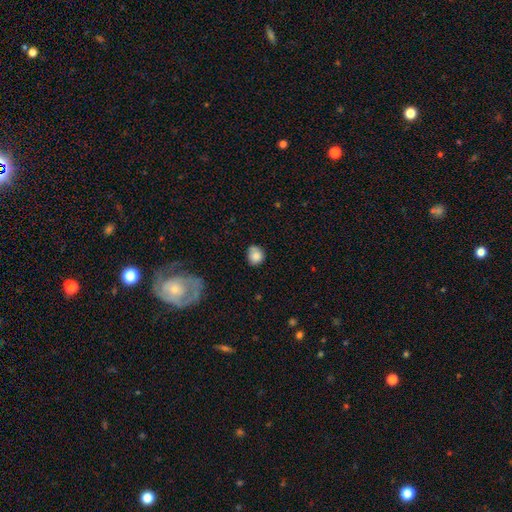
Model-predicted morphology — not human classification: A smooth galaxy with no disk features (83%) that is round (75%). Merging: none (61%).